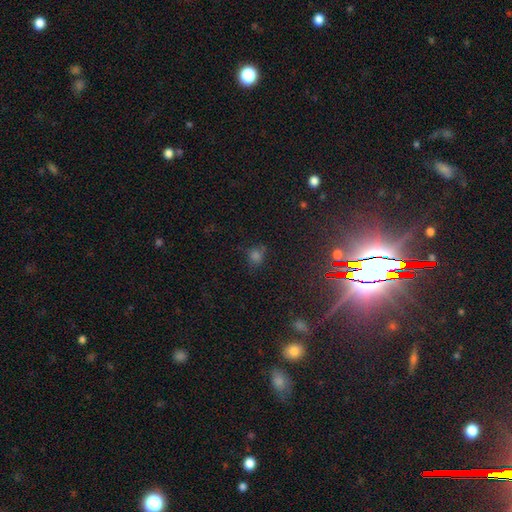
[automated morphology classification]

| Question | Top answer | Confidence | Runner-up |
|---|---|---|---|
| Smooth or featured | smooth | 51% | star or artifact (39%) |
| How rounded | round | 72% | in between (26%) |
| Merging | none | 69% | minor disturbance (18%) |